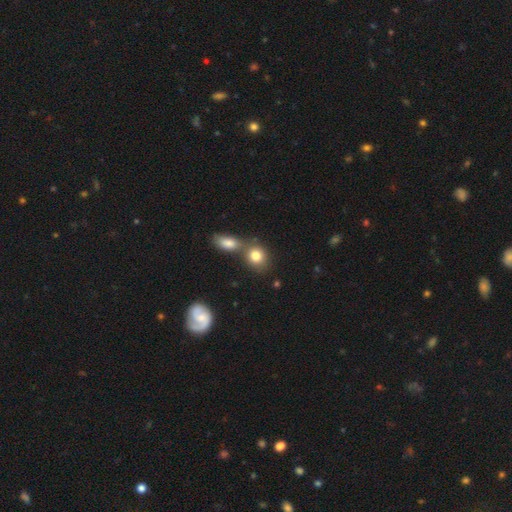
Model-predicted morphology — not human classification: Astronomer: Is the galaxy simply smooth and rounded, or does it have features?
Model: smooth — 81%.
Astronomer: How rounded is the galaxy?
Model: round — 64%.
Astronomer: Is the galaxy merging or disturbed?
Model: none — 46% (runner-up: merger, 41%).